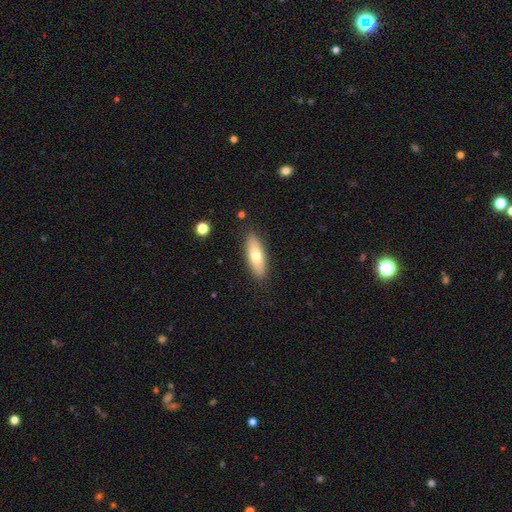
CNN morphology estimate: smooth-or-featured: smooth: 69% | featured or disk: 25% | star or artifact: 6%
  how-rounded: in between: 63% | cigar-shaped: 34% | round: 2%
  merging: none: 88% | minor disturbance: 9% | major disturbance: 2% | merger: 1%